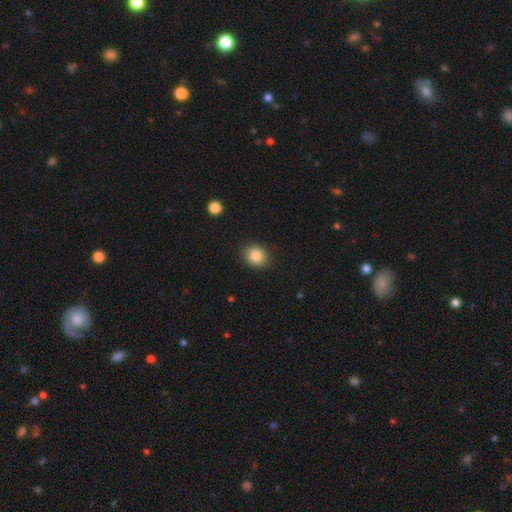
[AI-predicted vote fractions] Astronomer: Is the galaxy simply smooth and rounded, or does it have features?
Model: smooth — 85%.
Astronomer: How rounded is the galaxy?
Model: round — 60% (runner-up: in between, 39%).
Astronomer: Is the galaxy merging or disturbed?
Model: none — 89%.